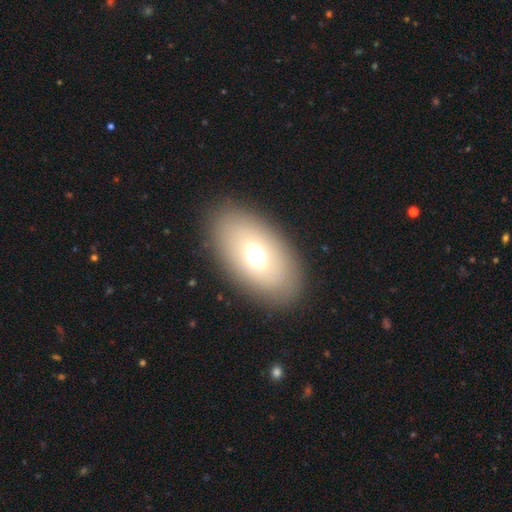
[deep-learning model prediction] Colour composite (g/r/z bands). It shows a smooth galaxy with no disk features (59%) that is in between round and cigar-shaped (87%). Merging: none (85%).